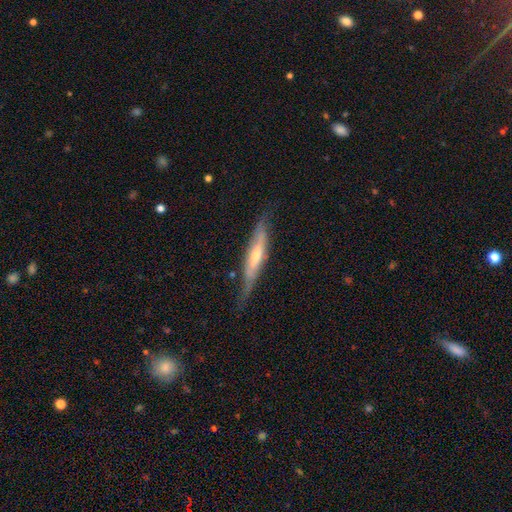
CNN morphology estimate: A featured or disk galaxy (61%) viewed edge-on (73%).

Vote fractions:
- Smooth or featured? featured or disk: 61% / smooth: 33% / star or artifact: 6%
- Edge-on disk? yes: 73% / no: 27%
- Merging? none: 65% / minor disturbance: 25% / major disturbance: 8% / merger: 2%